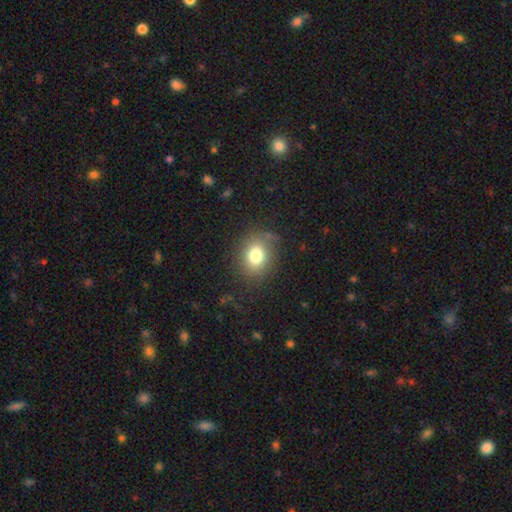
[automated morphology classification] type=smooth (76%); roundness=round (60%); merging=none (78%).